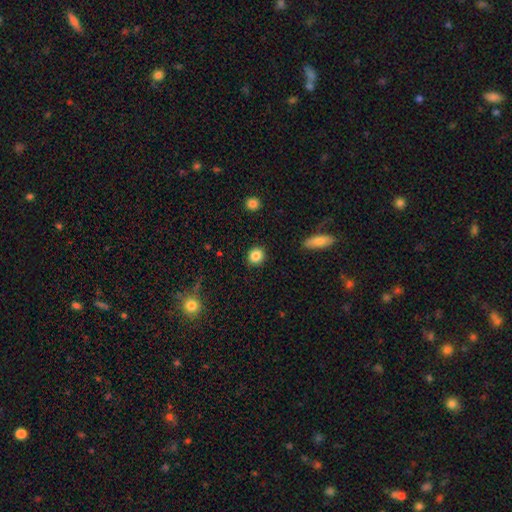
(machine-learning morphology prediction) smooth_or_featured: smooth (p=0.85) [alt: star or artifact p=0.10]
how_rounded: round (p=0.86) [alt: in between p=0.13]
merging: none (p=0.91) [alt: minor disturbance p=0.06]